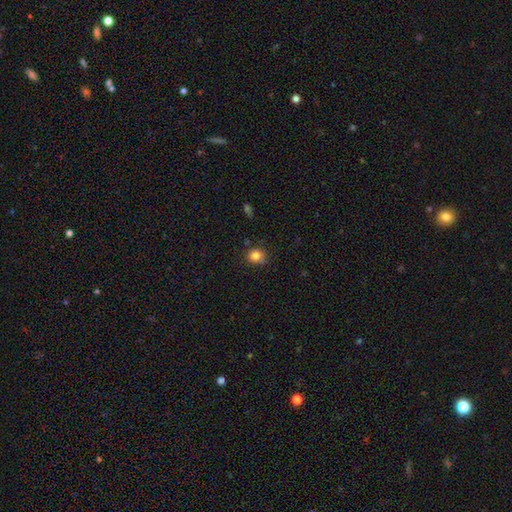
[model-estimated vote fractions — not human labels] Smooth or featured? Predicted: smooth (p=0.83). How rounded? Predicted: round (p=0.76). Merging? Predicted: none (p=0.76).